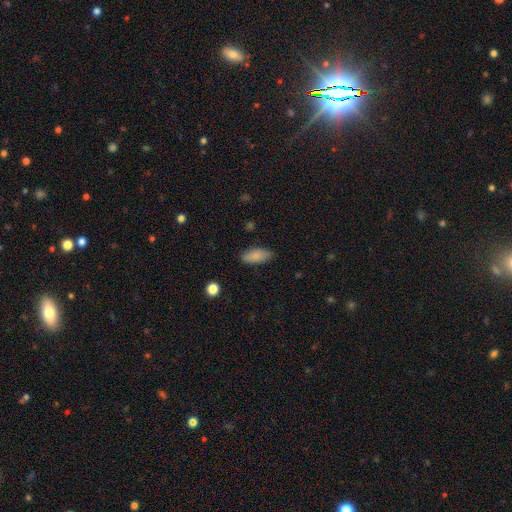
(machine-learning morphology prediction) Smooth or featured: smooth — 86% (featured or disk — 7%)
How rounded: in between — 86% (cigar-shaped — 12%)
Merging: none — 83% (minor disturbance — 13%)